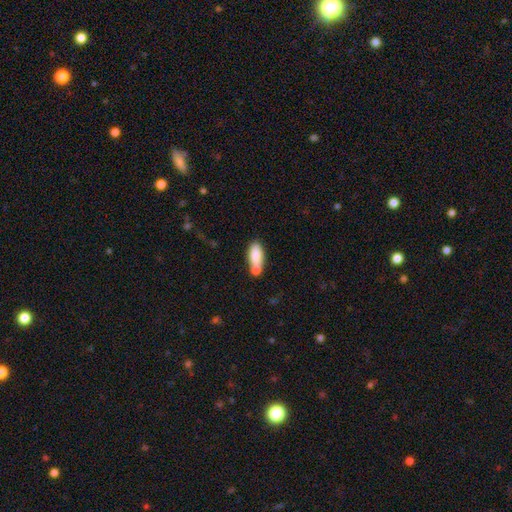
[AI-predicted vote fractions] smooth 81%, featured or disk 11%, star or artifact 7%. Down the decision tree: how rounded — in between (80%); merging — none (42%).